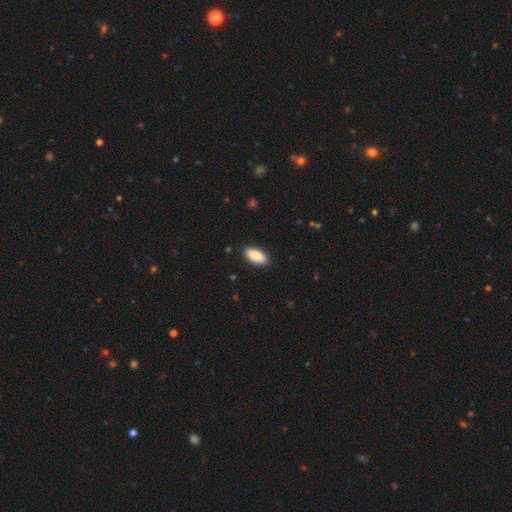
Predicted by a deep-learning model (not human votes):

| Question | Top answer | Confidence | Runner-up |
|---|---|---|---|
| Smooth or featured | smooth | 88% | featured or disk (6%) |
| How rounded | in between | 88% | cigar-shaped (10%) |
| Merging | none | 89% | minor disturbance (8%) |